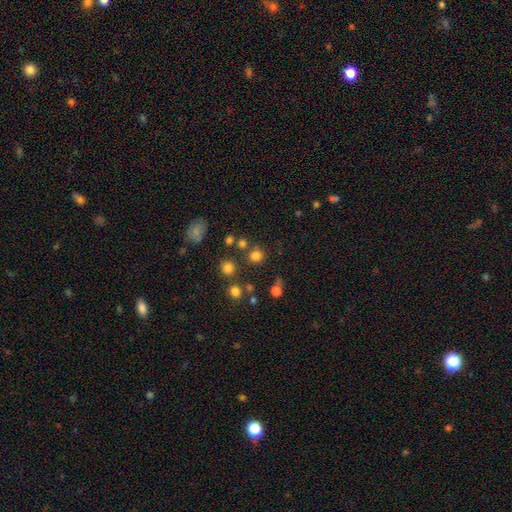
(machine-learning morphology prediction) Smooth or featured? Predicted: smooth (p=0.77). How rounded? Predicted: round (p=0.90). Merging? Predicted: none (p=0.77).